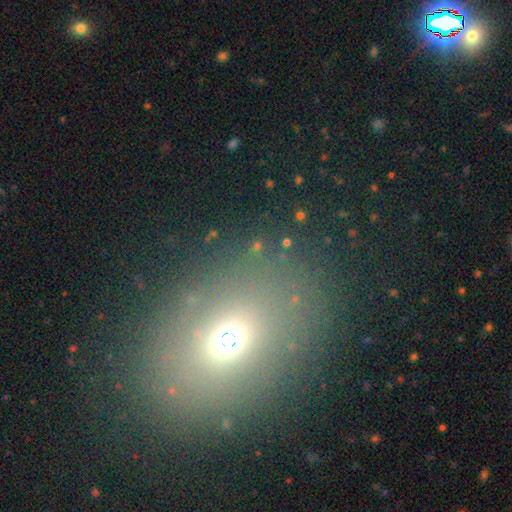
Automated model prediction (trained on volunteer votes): Smooth or featured?
  - smooth: 51% *
  - star or artifact: 34%
  - featured or disk: 15%
How rounded?
  - in between: 55% *
  - round: 42%
  - cigar-shaped: 3%
Merging?
  - none: 76% *
  - minor disturbance: 11%
  - major disturbance: 7%
  - merger: 6%